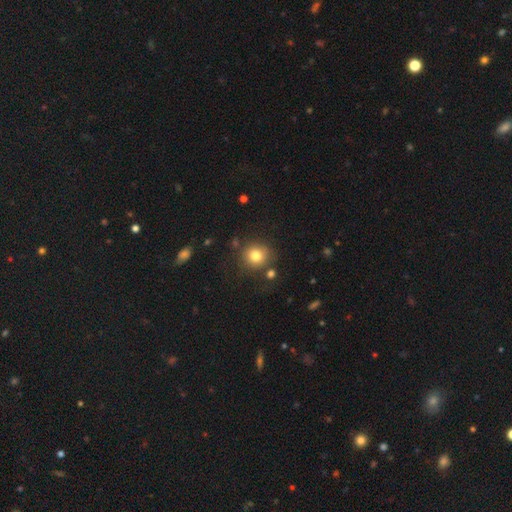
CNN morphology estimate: smooth 80%, star or artifact 12%, featured or disk 9%. Down the decision tree: how rounded — round (90%); merging — none (81%).